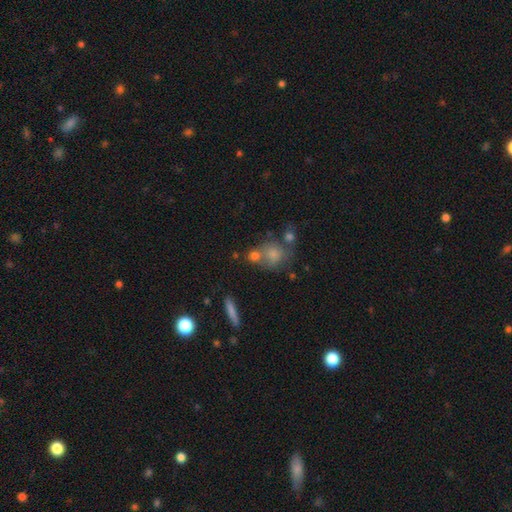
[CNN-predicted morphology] Q: Smooth or featured?
A: smooth (63%); runner-up: featured or disk (19%)
Q: How rounded?
A: round (68%); runner-up: in between (27%)
Q: Merging?
A: none (50%); runner-up: merger (30%)